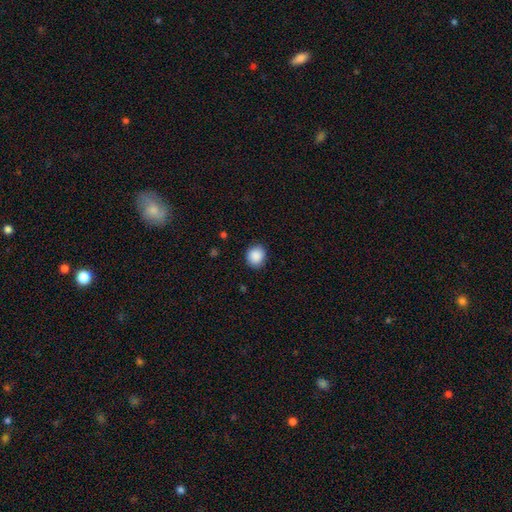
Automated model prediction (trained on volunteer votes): Q: Smooth or featured?
A: smooth (89%); runner-up: star or artifact (8%)
Q: How rounded?
A: round (77%); runner-up: in between (22%)
Q: Merging?
A: none (87%); runner-up: minor disturbance (10%)